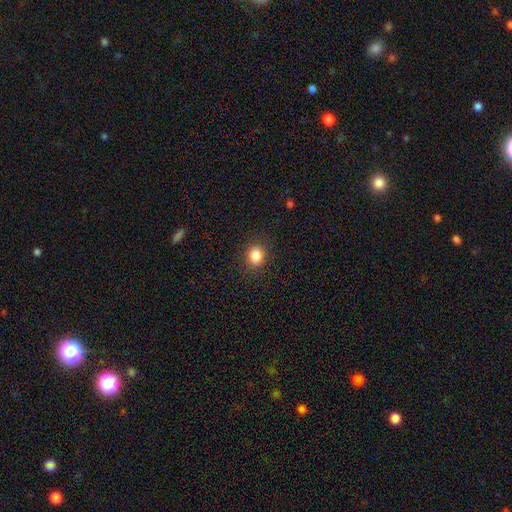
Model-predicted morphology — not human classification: This is clearly a smooth galaxy (85%). How rounded: likely round (65%). Merging: clearly none (89%).